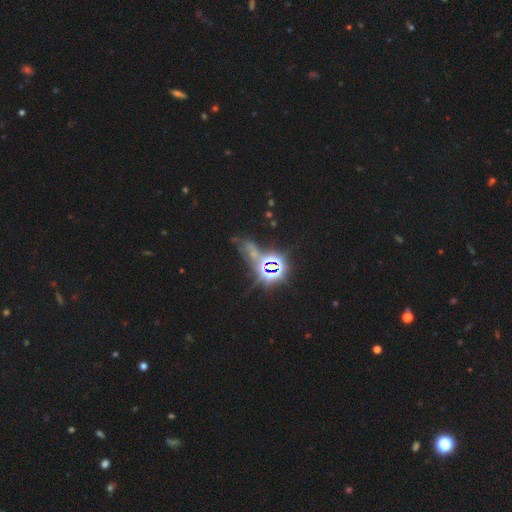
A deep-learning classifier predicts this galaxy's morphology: Smooth or featured?
  - star or artifact: 78% *
  - smooth: 13%
  - featured or disk: 10%